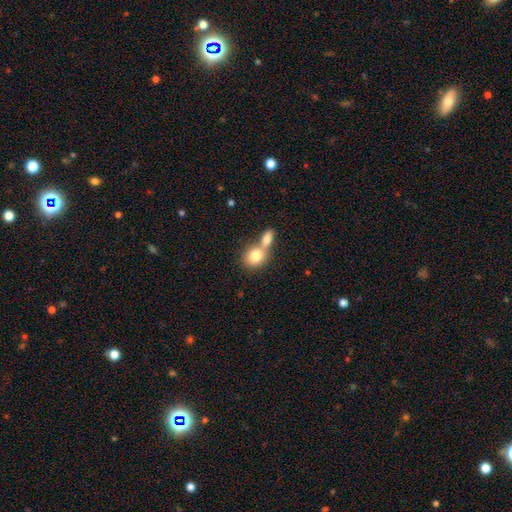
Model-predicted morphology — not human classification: smooth-or-featured: smooth: 80% | featured or disk: 13% | star or artifact: 8%
  how-rounded: round: 62% | in between: 36% | cigar-shaped: 2%
  merging: merger: 63% | none: 27% | minor disturbance: 6% | major disturbance: 3%